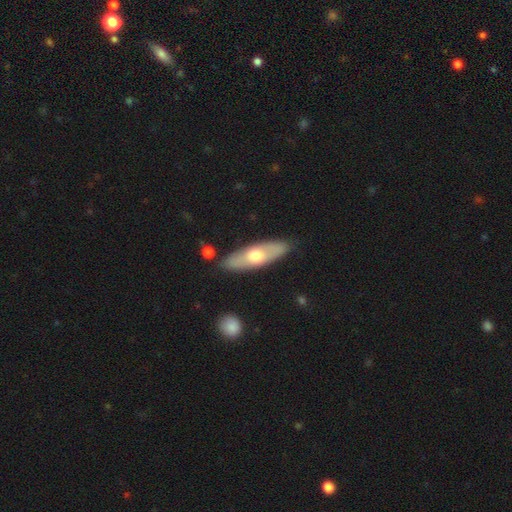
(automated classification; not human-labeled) Smooth or featured: smooth — 52% (featured or disk — 43%)
How rounded: cigar-shaped — 49% (tied with in between — 49%)
Merging: none — 86% (minor disturbance — 10%)